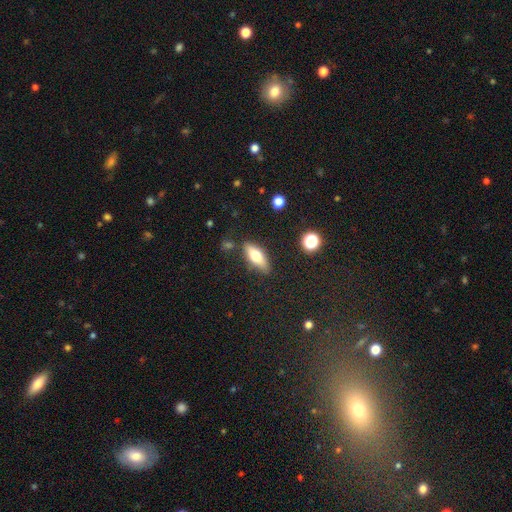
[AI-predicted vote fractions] This appears to be a smooth galaxy with no disk features (68%) that is in between round and cigar-shaped (69%). Merging: none (79%).